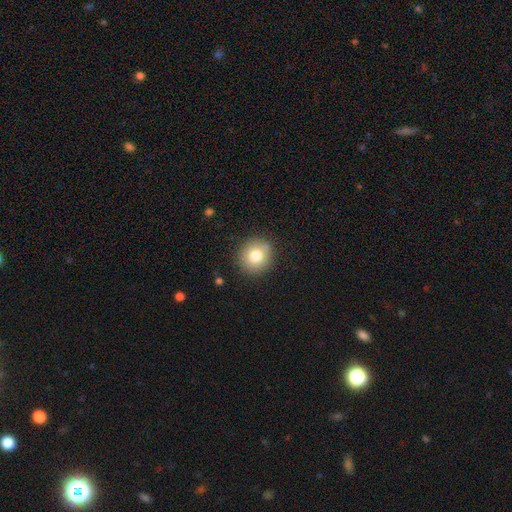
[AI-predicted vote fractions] The model was most divided on "smooth or featured": smooth: 79%, featured or disk: 11%, star or artifact: 10%. More confident: how rounded — round (89%); merging — none (87%).